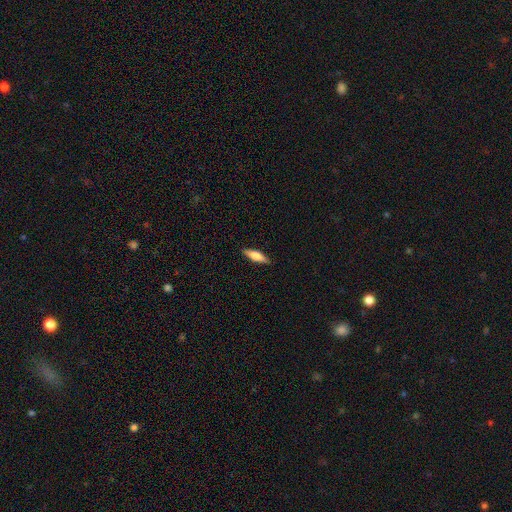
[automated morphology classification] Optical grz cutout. It shows a smooth galaxy with no disk features (57%) that is cigar-shaped (53%). Merging: none (89%).